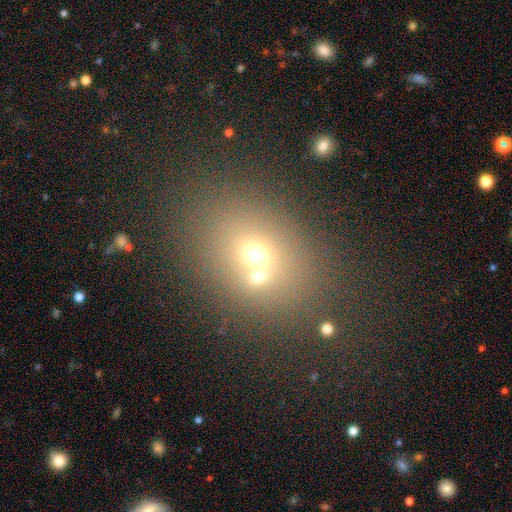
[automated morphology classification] Smooth or featured? smooth (60%)
How rounded? in between (51%)
Merging? none (52%)